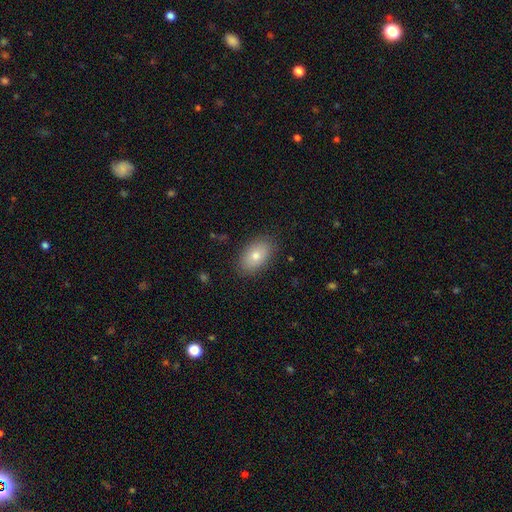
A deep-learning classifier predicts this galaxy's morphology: smooth_or_featured: smooth (p=0.77) [alt: featured or disk p=0.15]
how_rounded: in between (p=0.91) [alt: round p=0.08]
merging: none (p=0.85) [alt: minor disturbance p=0.11]